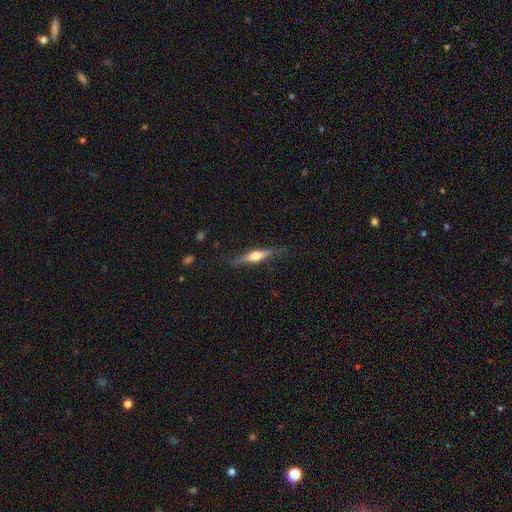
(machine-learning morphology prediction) Smooth or featured?
  - featured or disk: 54% *
  - smooth: 40%
  - star or artifact: 6%
Edge-on disk?
  - yes: 93% *
  - no: 7%
Edge-on bulge?
  - rounded: 87% *
  - boxy: 7%
  - none: 6%
Merging?
  - none: 76% *
  - minor disturbance: 17%
  - major disturbance: 5%
  - merger: 1%